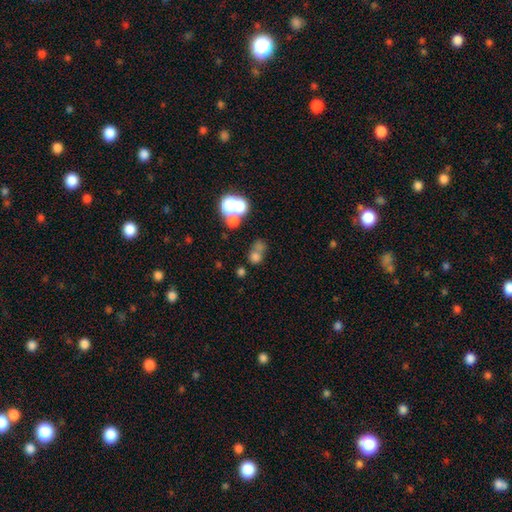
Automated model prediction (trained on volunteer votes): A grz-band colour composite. It shows a smooth galaxy with no disk features (64%) that is round (71%). Merging: merger (43%).